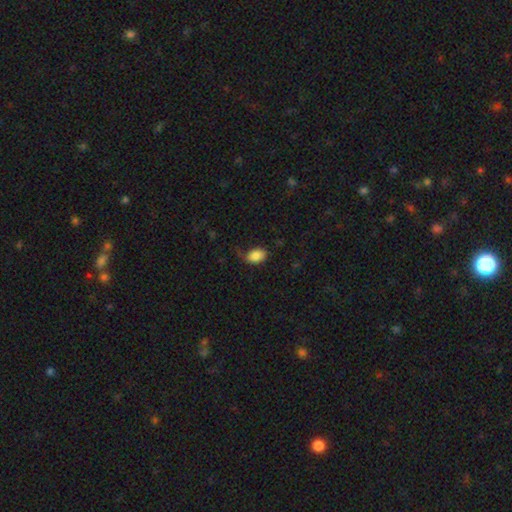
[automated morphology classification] smooth-or-featured: smooth: 84% | featured or disk: 9% | star or artifact: 8%
  how-rounded: in between: 86% | round: 13% | cigar-shaped: 1%
  merging: none: 55% | minor disturbance: 29% | major disturbance: 14% | merger: 2%